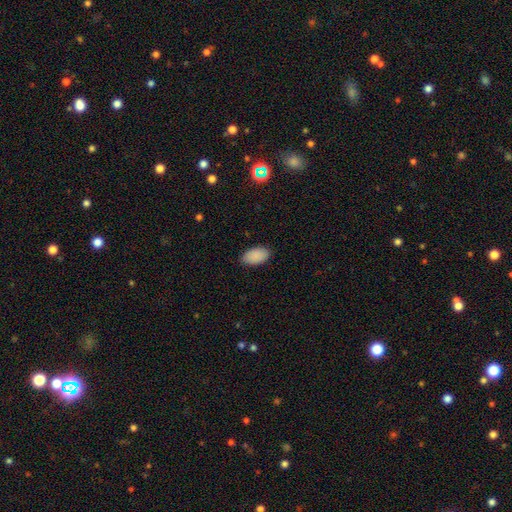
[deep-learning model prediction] This is clearly a smooth galaxy (90%). How rounded: clearly in between (95%). Merging: clearly none (85%).